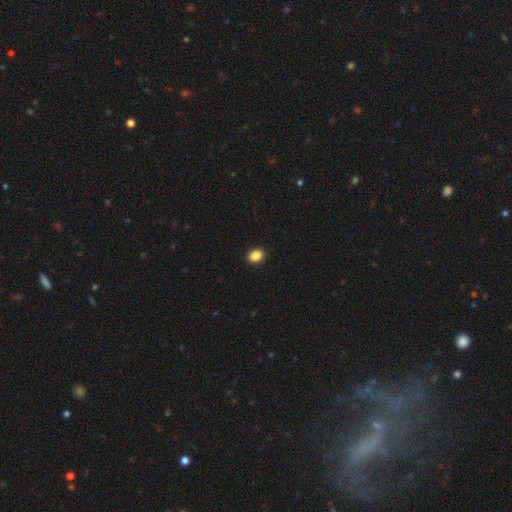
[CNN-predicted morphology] Q: Smooth or featured?
A: smooth (88%); runner-up: star or artifact (9%)
Q: How rounded?
A: in between (54%); runner-up: round (45%)
Q: Merging?
A: none (92%); runner-up: minor disturbance (5%)